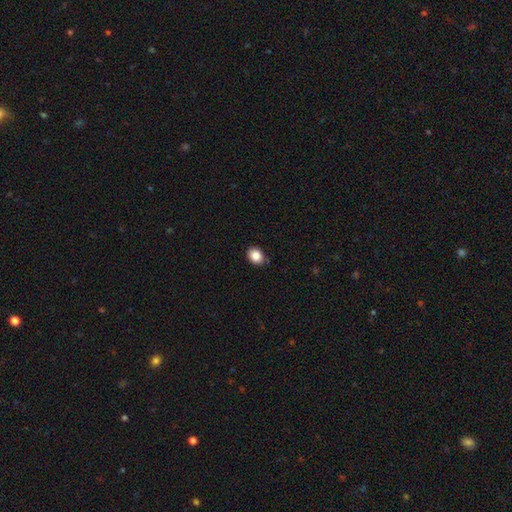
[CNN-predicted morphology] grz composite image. It shows a smooth galaxy with no disk features (86%) that is in between round and cigar-shaped (50%, tied with round). Merging: none (81%).